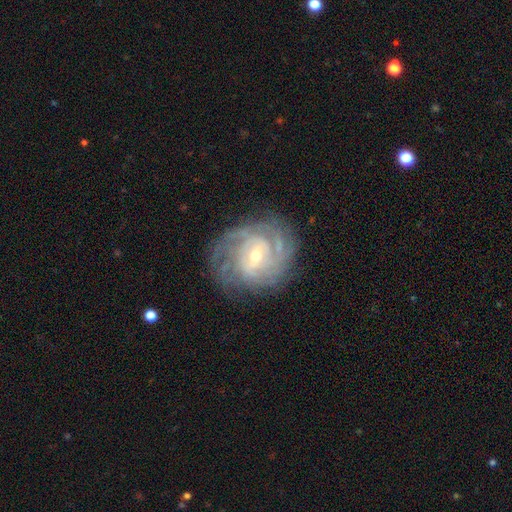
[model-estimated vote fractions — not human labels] This appears to be a featured or disk galaxy (88%) with a weak bar (51%), tight (70%) spiral arms (97%) and a small central bulge (57%). Merging: none (77%).